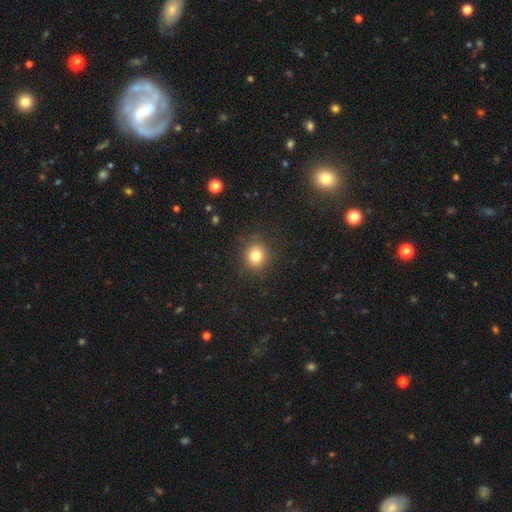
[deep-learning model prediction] Morphology: type=smooth (80%); roundness=round (81%); merging=none (87%).